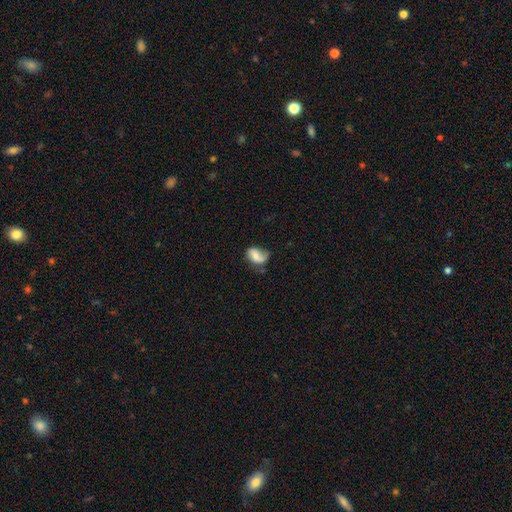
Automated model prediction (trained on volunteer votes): Smooth or featured? Predicted: smooth (p=0.50). Merging? Predicted: none (p=0.40).